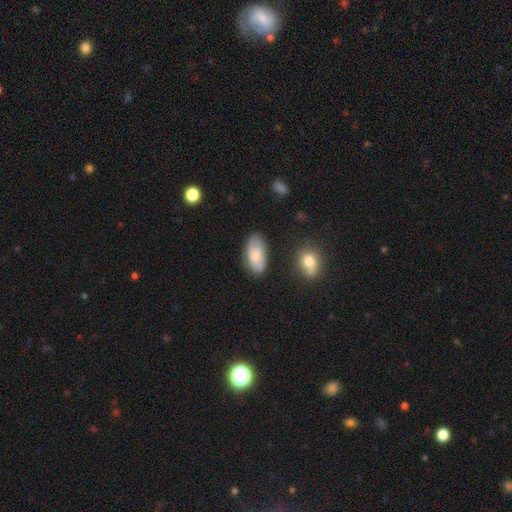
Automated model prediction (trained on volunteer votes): smooth-or-featured: smooth: 72% | featured or disk: 21% | star or artifact: 7%
  how-rounded: in between: 93% | cigar-shaped: 4% | round: 3%
  merging: none: 72% | minor disturbance: 20% | major disturbance: 4% | merger: 3%